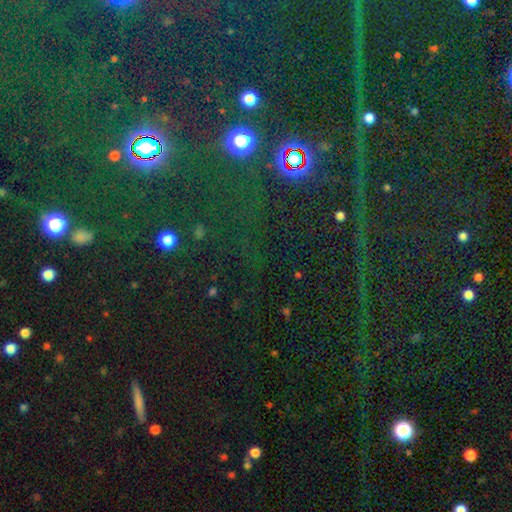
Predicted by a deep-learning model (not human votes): smooth_or_featured: star or artifact (p=0.81) [alt: smooth p=0.11]